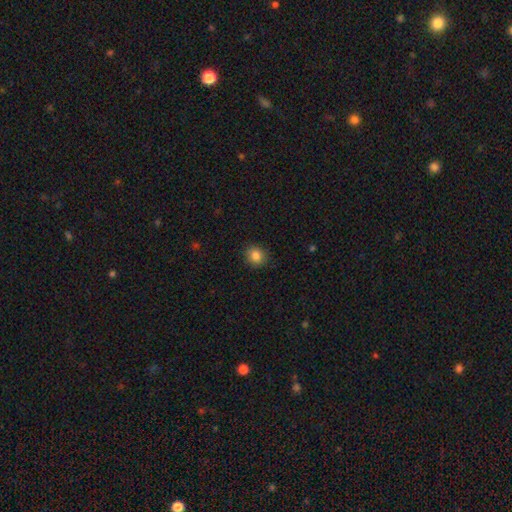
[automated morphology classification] smooth_or_featured: smooth (p=0.84) [alt: star or artifact p=0.11]
how_rounded: round (p=0.81) [alt: in between p=0.18]
merging: none (p=0.90) [alt: minor disturbance p=0.07]